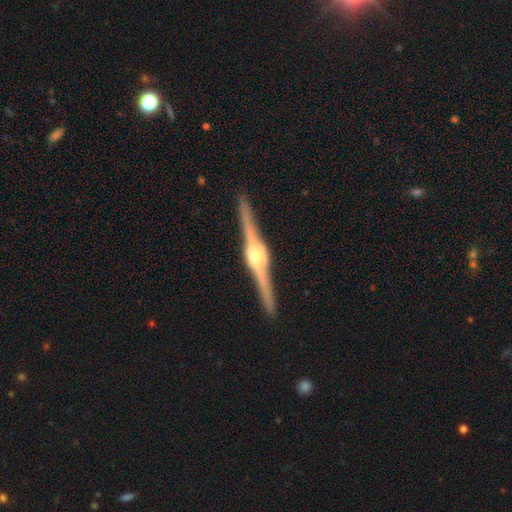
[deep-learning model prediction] Smooth or featured? featured or disk (90%)
Edge-on disk? yes (99%)
Edge-on bulge? rounded (82%)
Merging? none (91%)